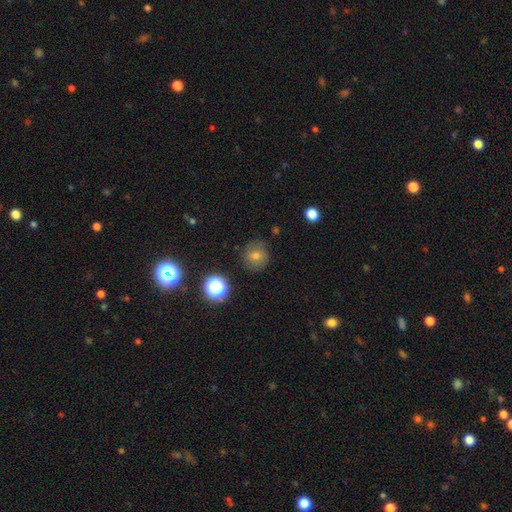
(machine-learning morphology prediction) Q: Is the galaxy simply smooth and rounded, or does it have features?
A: smooth — 66%.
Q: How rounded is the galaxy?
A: round — 90%.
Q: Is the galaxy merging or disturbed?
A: none — 86%.